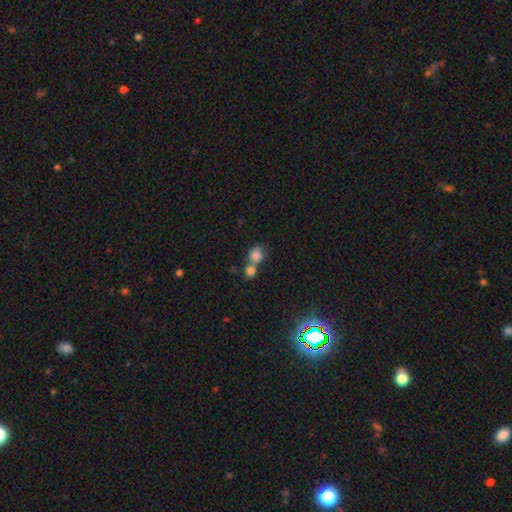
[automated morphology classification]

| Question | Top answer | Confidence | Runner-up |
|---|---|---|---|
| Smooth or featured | smooth | 81% | star or artifact (11%) |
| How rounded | round | 76% | in between (23%) |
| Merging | merger | 53% | none (36%) |